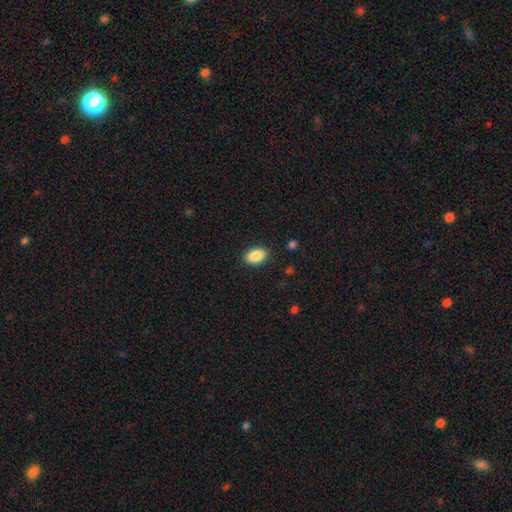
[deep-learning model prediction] Smooth or featured: smooth — 89% (star or artifact — 7%)
How rounded: in between — 83% (round — 15%)
Merging: none — 88% (minor disturbance — 9%)